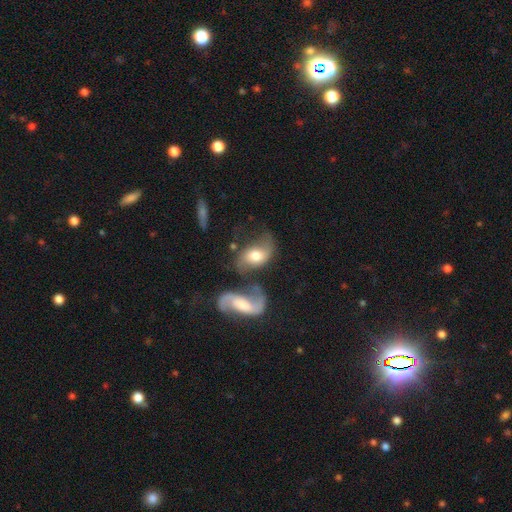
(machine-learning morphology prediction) This is possibly a featured or disk galaxy (59%). It is clearly not viewed edge-on (94%). Bar: possibly no (51%). Spiral arm pattern: clearly yes (83%). Central bulge: possibly moderate (58%). Merging: marginally none (37%).